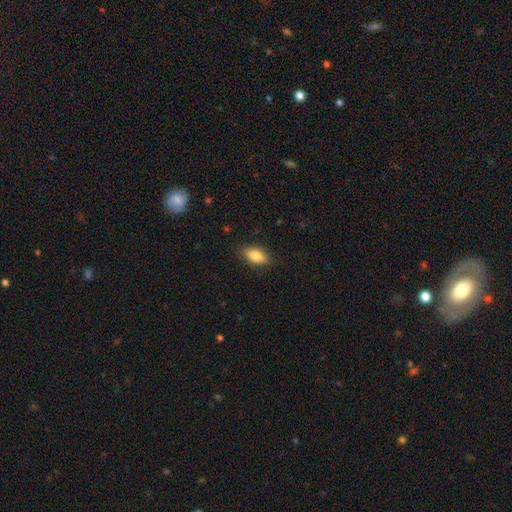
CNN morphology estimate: The model was most divided on "smooth or featured": smooth: 82%, featured or disk: 11%, star or artifact: 7%. More confident: how rounded — in between (88%); merging — none (86%).